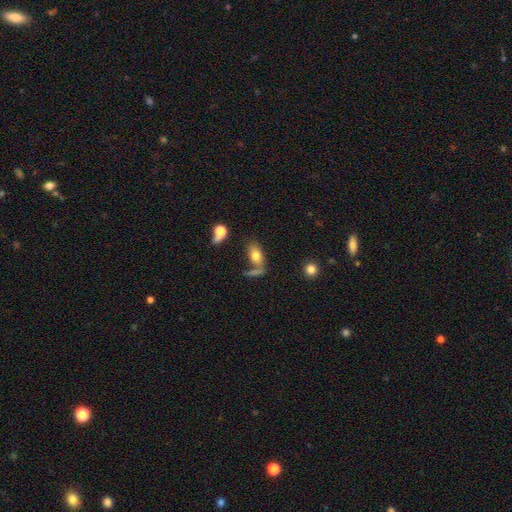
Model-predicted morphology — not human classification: Smooth or featured? smooth (75%)
How rounded? in between (86%)
Merging? none (53%)